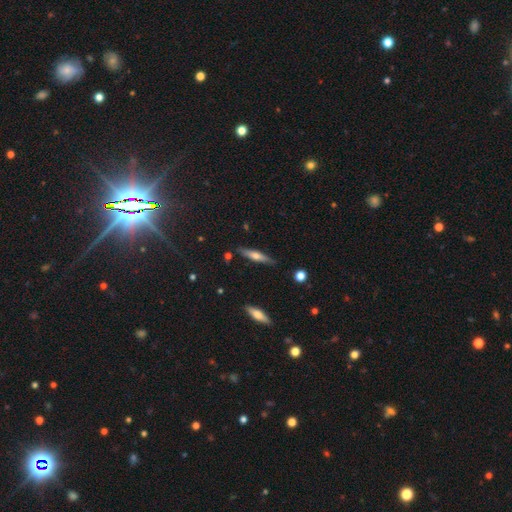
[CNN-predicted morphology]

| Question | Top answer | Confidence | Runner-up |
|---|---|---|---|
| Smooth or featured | featured or disk | 48% | smooth (45%) |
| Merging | none | 85% | minor disturbance (10%) |